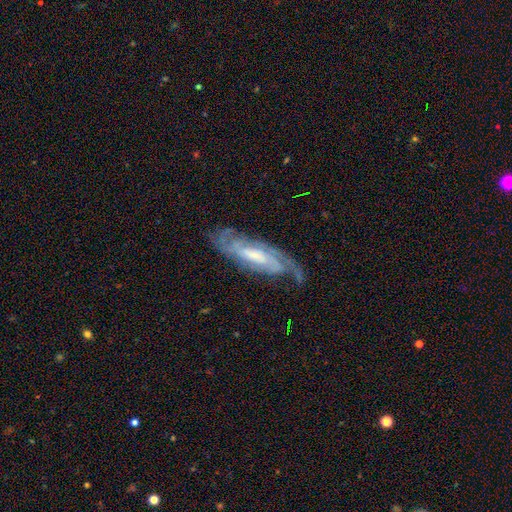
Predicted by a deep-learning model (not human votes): featured or disk 85%, smooth 9%, star or artifact 6%. Down the decision tree: edge-on disk — no (84%); bar — weak (42%); spiral arms — yes (96%); spiral arm count — 2 (37%); spiral winding — tight (56%); bulge size — small (41%, tied with moderate); merging — none (71%).